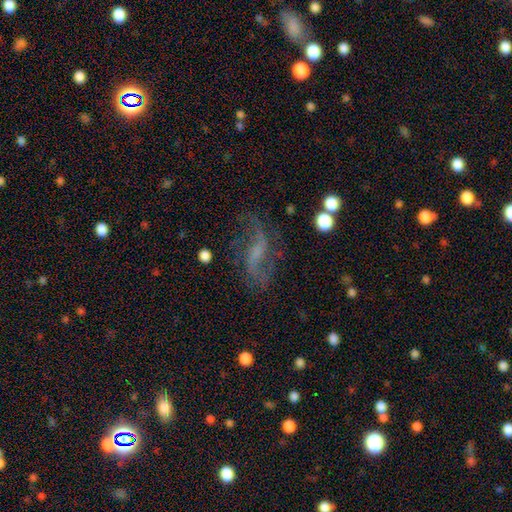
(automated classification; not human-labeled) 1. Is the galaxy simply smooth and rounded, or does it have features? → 74% featured or disk, 14% smooth, 12% star or artifact.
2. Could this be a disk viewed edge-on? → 94% no, 6% yes.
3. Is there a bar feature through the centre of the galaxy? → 44% weak, 33% no, 23% strong.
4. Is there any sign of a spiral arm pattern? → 90% yes, 10% no.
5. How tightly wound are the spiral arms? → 69% loose, 25% medium, 7% tight.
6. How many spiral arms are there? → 81% 2, 8% can't tell, 4% 1, 3% 3, 2% 4, 2% more than 4.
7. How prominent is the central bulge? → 40% none, 37% small, 18% moderate, 3% large, 1% dominant.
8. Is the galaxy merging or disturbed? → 62% none, 18% minor disturbance, 18% major disturbance, 3% merger.